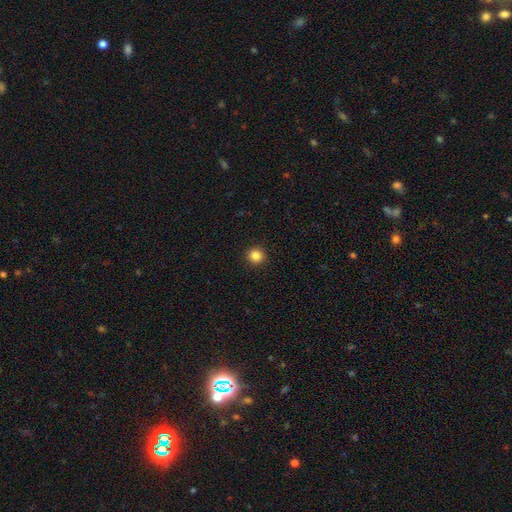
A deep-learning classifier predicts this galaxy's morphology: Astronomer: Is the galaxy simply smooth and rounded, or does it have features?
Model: smooth — 84%.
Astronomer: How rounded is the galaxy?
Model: round — 94%.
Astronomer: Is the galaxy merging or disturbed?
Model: none — 93%.